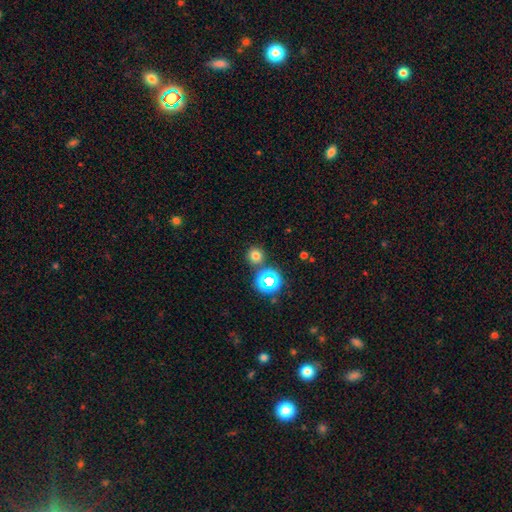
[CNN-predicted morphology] Smooth or featured? smooth (69%)
How rounded? round (92%)
Merging? none (82%)